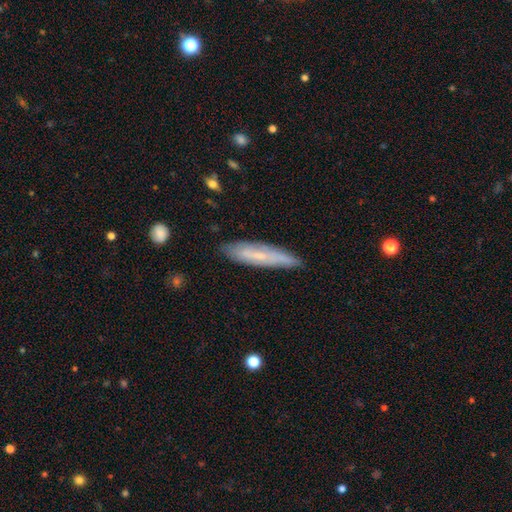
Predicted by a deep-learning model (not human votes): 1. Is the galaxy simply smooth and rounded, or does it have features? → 52% smooth, 37% featured or disk, 11% star or artifact.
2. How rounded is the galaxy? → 86% cigar-shaped, 13% in between, 2% round.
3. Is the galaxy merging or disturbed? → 84% none, 12% minor disturbance, 2% major disturbance, 1% merger.